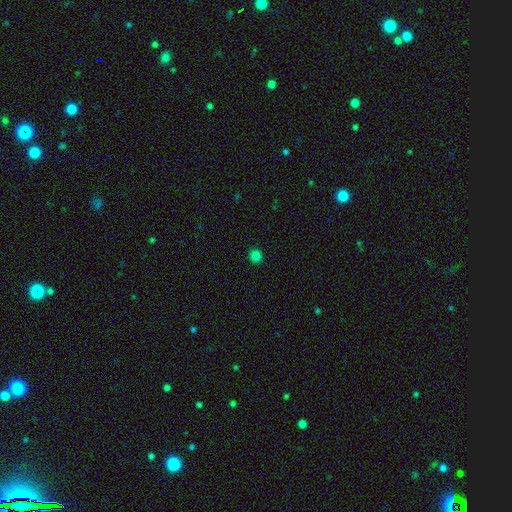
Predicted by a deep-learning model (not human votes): This appears to be a smooth galaxy with no disk features (82%) that is round (87%). Merging: none (92%).